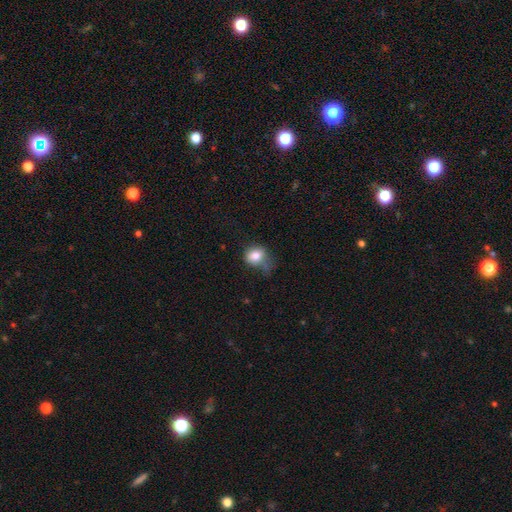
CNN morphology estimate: Smooth or featured? smooth (79%)
How rounded? round (63%)
Merging? none (39%)